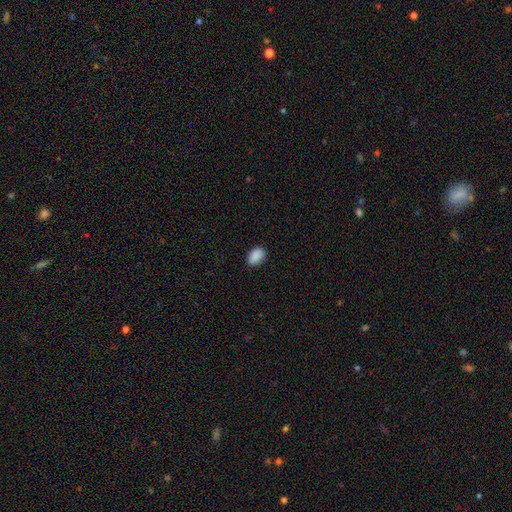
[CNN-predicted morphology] smooth 89%, star or artifact 8%, featured or disk 3%. Down the decision tree: how rounded — in between (87%); merging — none (83%).